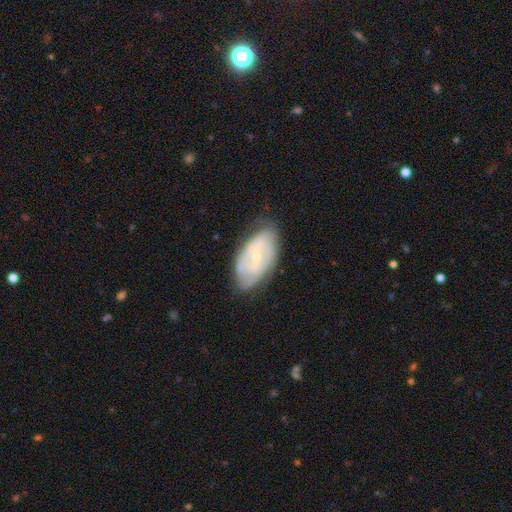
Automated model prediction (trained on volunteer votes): Q: Smooth or featured?
A: featured or disk (62%); runner-up: smooth (31%)
Q: Edge-on disk?
A: no (94%); runner-up: yes (6%)
Q: Bar?
A: no (48%); runner-up: weak (40%)
Q: Spiral arms?
A: yes (67%); runner-up: no (33%)
Q: Bulge size?
A: small (73%); runner-up: moderate (20%)
Q: Merging?
A: none (68%); runner-up: minor disturbance (24%)